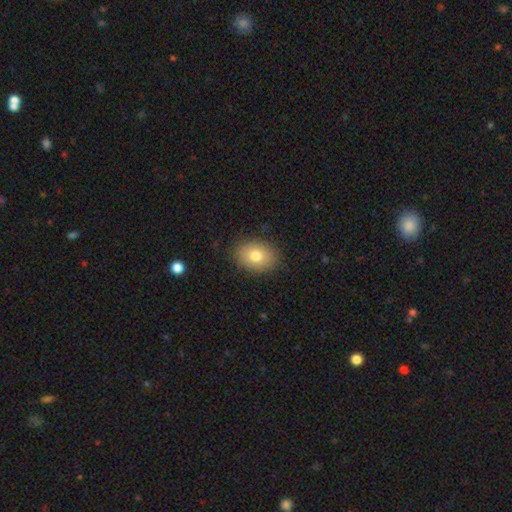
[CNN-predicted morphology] This is likely a smooth galaxy (79%). How rounded: likely in between (68%). Merging: clearly none (87%).